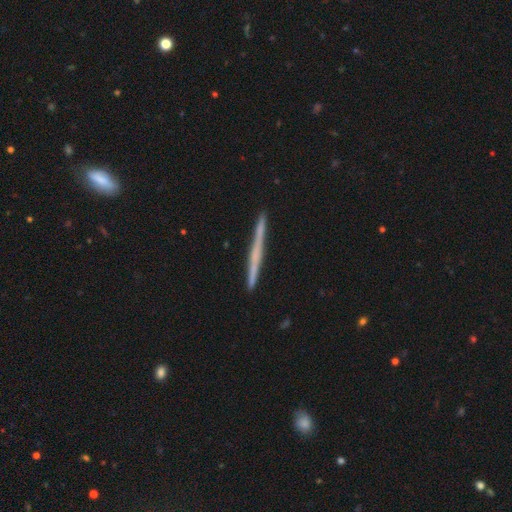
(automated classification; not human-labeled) Smooth or featured?
  - featured or disk: 56% *
  - smooth: 38%
  - star or artifact: 6%
Edge-on disk?
  - yes: 98% *
  - no: 2%
Edge-on bulge?
  - none: 82% *
  - rounded: 13%
  - boxy: 5%
Merging?
  - none: 92% *
  - minor disturbance: 6%
  - merger: 1%
  - major disturbance: 1%